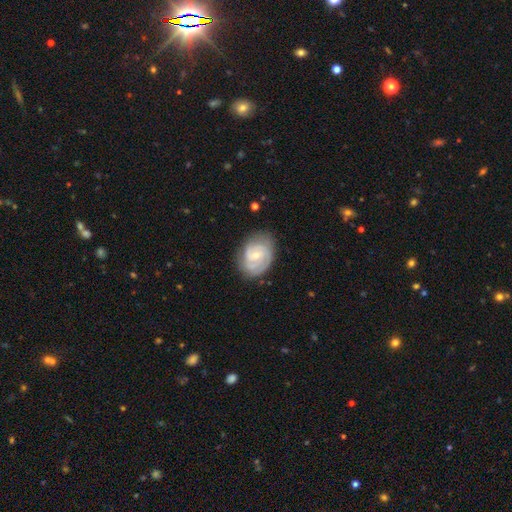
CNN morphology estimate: type=featured or disk (74%); edge-on=no (97%); bar=no (57%); spiral arms=yes (91%); winding=tight (59%); arm count=2 (44%); bulge=small (62%); merging=none (71%).